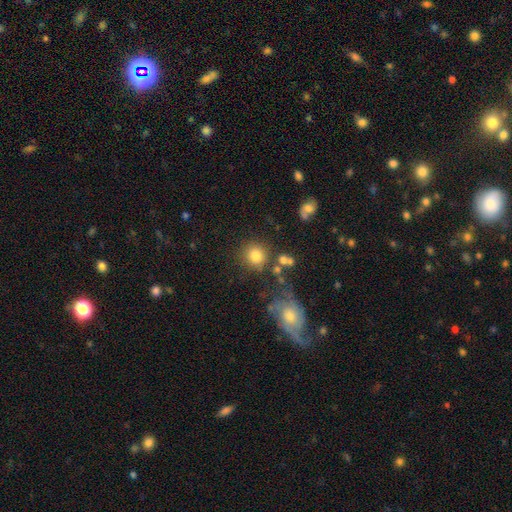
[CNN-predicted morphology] Smooth or featured?
  - smooth: 80% *
  - star or artifact: 11%
  - featured or disk: 9%
How rounded?
  - round: 87% *
  - in between: 12%
  - cigar-shaped: 1%
Merging?
  - none: 72% *
  - minor disturbance: 12%
  - merger: 11%
  - major disturbance: 6%